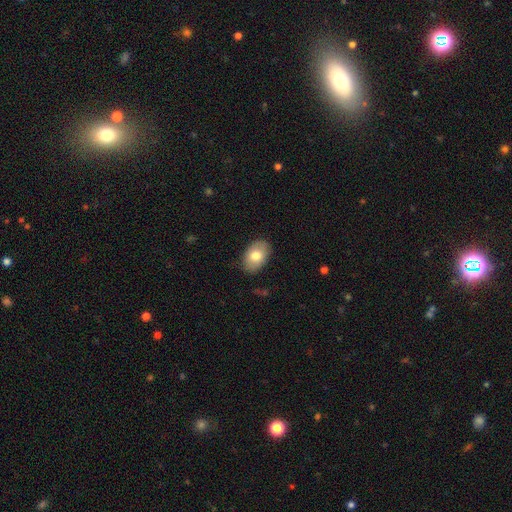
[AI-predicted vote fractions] The model was most divided on "smooth or featured": smooth: 76%, featured or disk: 17%, star or artifact: 7%. More confident: how rounded — in between (87%); merging — none (85%).